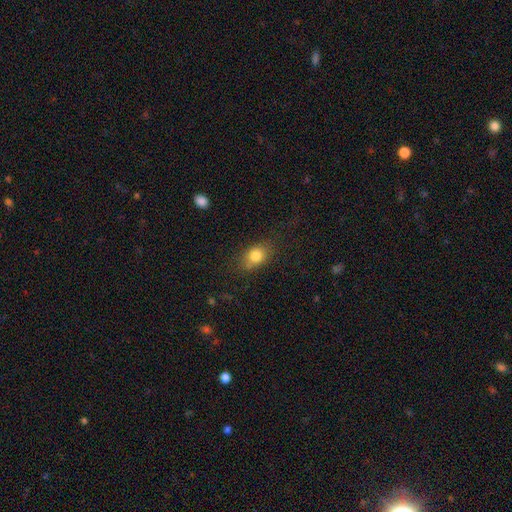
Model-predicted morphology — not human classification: Smooth or featured: smooth — 81% (featured or disk — 10%)
How rounded: in between — 67% (round — 31%)
Merging: none — 72% (minor disturbance — 19%)